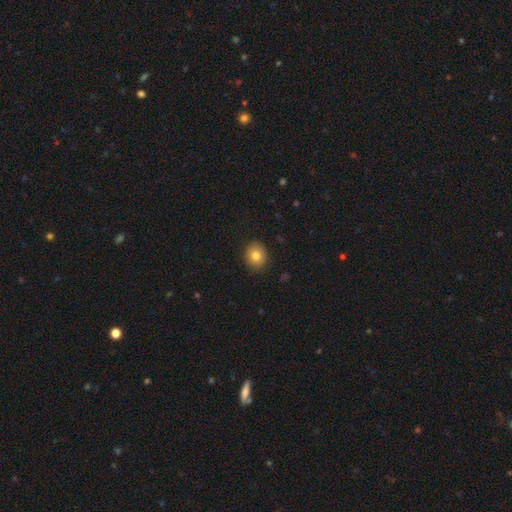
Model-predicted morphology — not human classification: Smooth or featured? Predicted: smooth (p=0.81). How rounded? Predicted: round (p=0.76). Merging? Predicted: none (p=0.89).